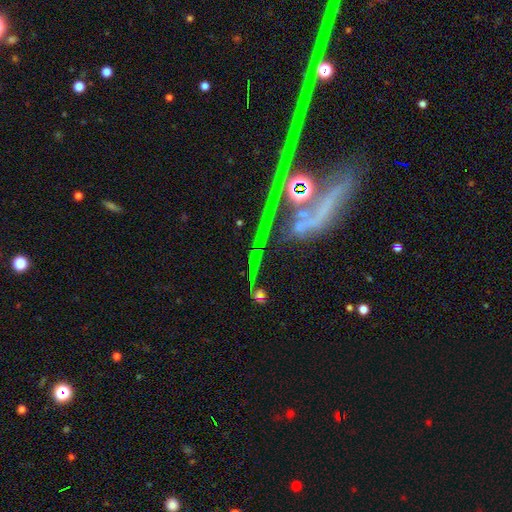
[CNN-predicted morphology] featured or disk 52%, star or artifact 35%, smooth 13%. Down the decision tree: edge-on disk — no (69%); merging — none (38%).